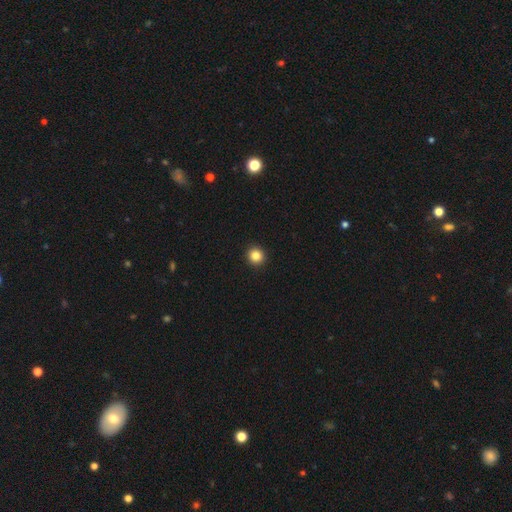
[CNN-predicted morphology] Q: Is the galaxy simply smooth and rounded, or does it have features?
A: smooth — 85%.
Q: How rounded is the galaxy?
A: round — 93%.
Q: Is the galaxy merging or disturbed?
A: none — 94%.